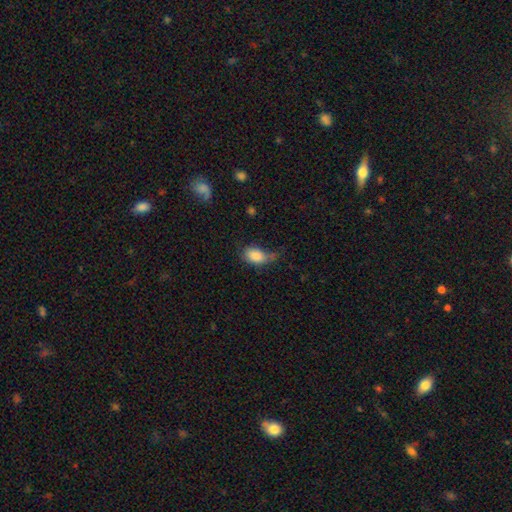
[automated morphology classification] The model was most divided on "merging": minor disturbance: 37%, none: 35%, major disturbance: 22%, merger: 5%. More confident: how rounded — in between (86%); smooth or featured — smooth (83%).